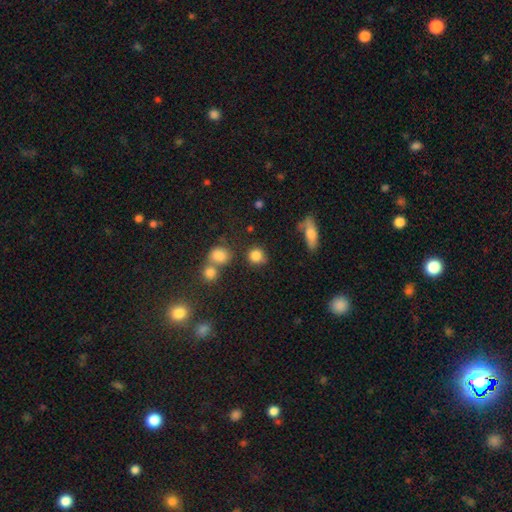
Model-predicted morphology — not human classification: The model was most divided on "merging": none: 71%, minor disturbance: 13%, merger: 11%, major disturbance: 5%. More confident: smooth or featured — smooth (83%); how rounded — round (81%).